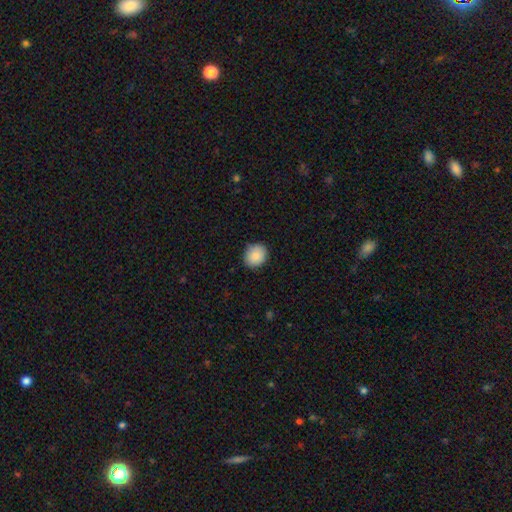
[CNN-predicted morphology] Q: Smooth or featured?
A: smooth (88%); runner-up: star or artifact (8%)
Q: How rounded?
A: round (69%); runner-up: in between (31%)
Q: Merging?
A: none (87%); runner-up: minor disturbance (10%)